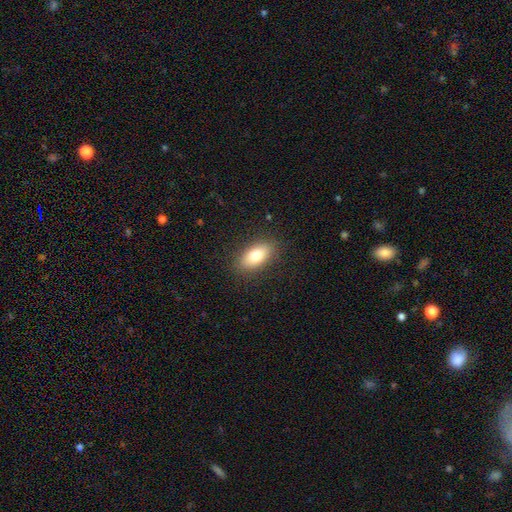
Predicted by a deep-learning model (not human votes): smooth_or_featured: smooth (p=0.78) [alt: featured or disk p=0.14]
how_rounded: in between (p=0.88) [alt: cigar-shaped p=0.07]
merging: none (p=0.87) [alt: minor disturbance p=0.09]